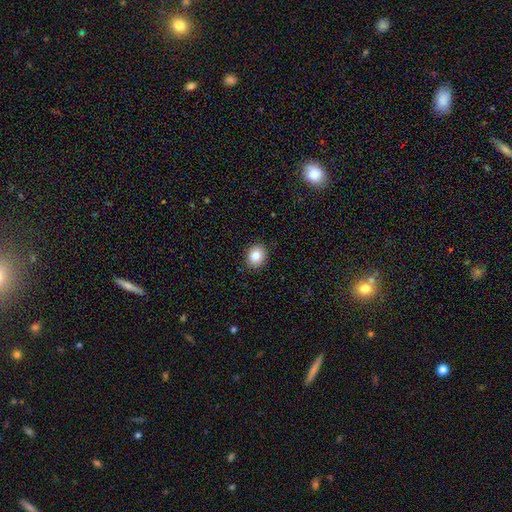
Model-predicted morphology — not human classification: Overall: smooth (83%). How rounded: round (59%; in between 40%). Merging: none (90%).